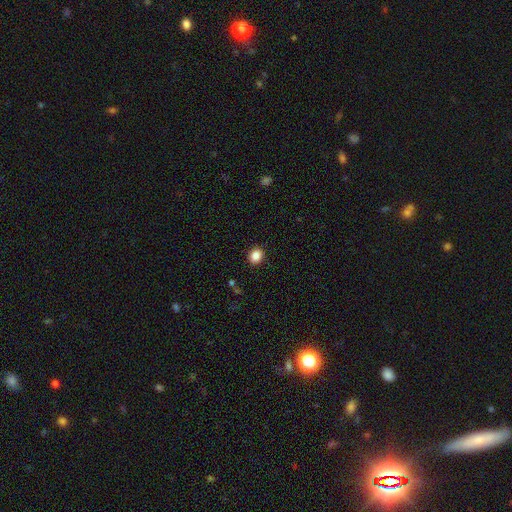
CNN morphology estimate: Smooth or featured? Predicted: smooth (p=0.86). How rounded? Predicted: round (p=0.68). Merging? Predicted: none (p=0.91).